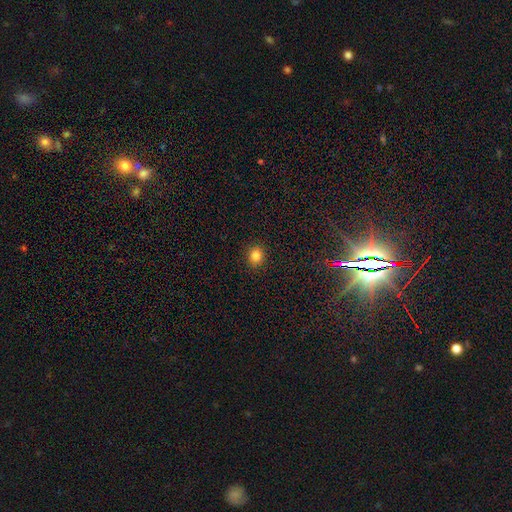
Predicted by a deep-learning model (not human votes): This is clearly a smooth galaxy (82%). How rounded: likely round (77%). Merging: clearly none (92%).